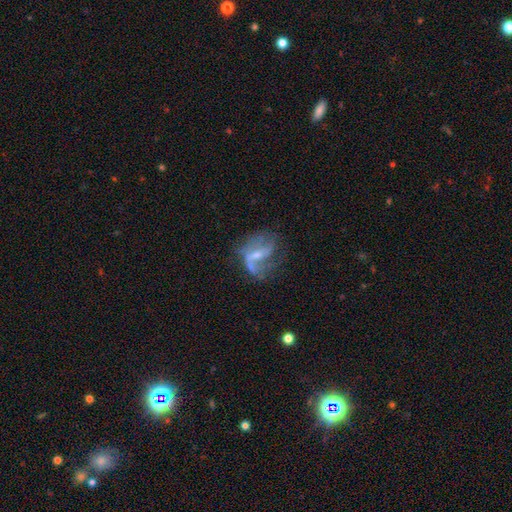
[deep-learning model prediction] Smooth or featured? Predicted: featured or disk (p=0.74). Edge-on disk? Predicted: no (p=0.97). Bar? Predicted: weak (p=0.47). Spiral arms? Predicted: yes (p=0.79). Spiral winding? Predicted: loose (p=0.60). Spiral arm count? Predicted: 2 (p=0.56). Bulge size? Predicted: small (p=0.54). Merging? Predicted: none (p=0.40).